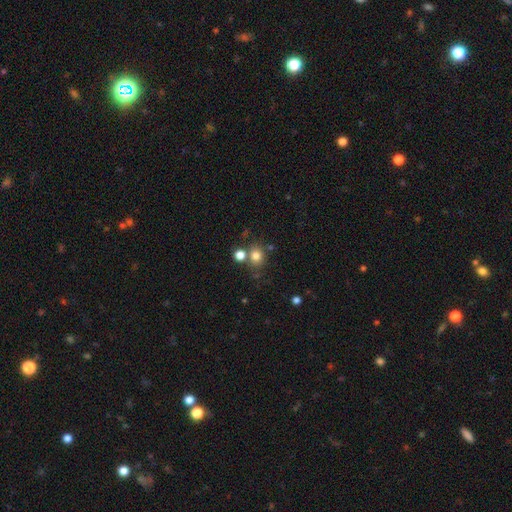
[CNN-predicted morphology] Q: Smooth or featured?
A: smooth (77%); runner-up: star or artifact (14%)
Q: How rounded?
A: round (79%); runner-up: in between (20%)
Q: Merging?
A: none (66%); runner-up: merger (20%)